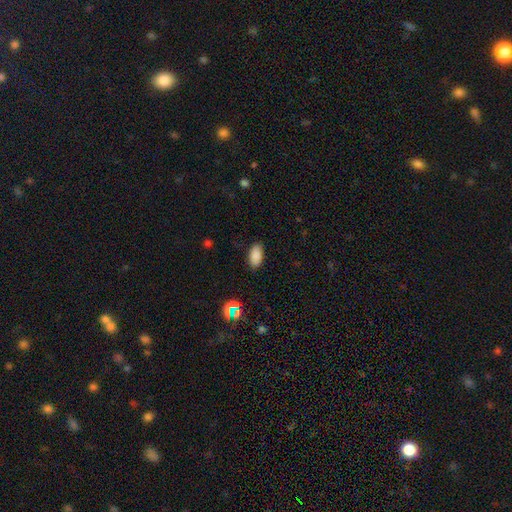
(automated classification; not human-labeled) Smooth or featured? Predicted: smooth (p=0.86). How rounded? Predicted: in between (p=0.93). Merging? Predicted: none (p=0.87).